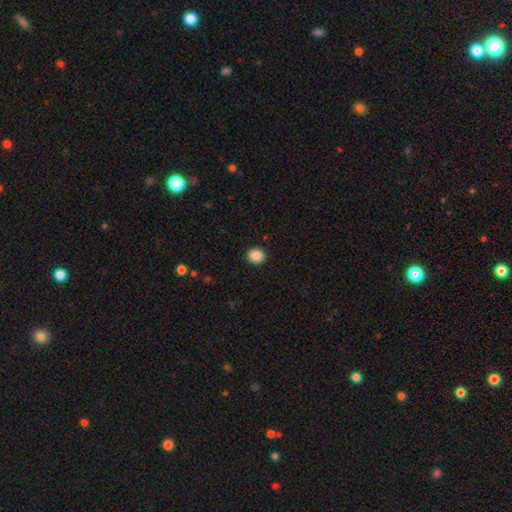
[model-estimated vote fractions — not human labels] A smooth galaxy with no disk features (88%) that is round (81%). Merging: none (92%).